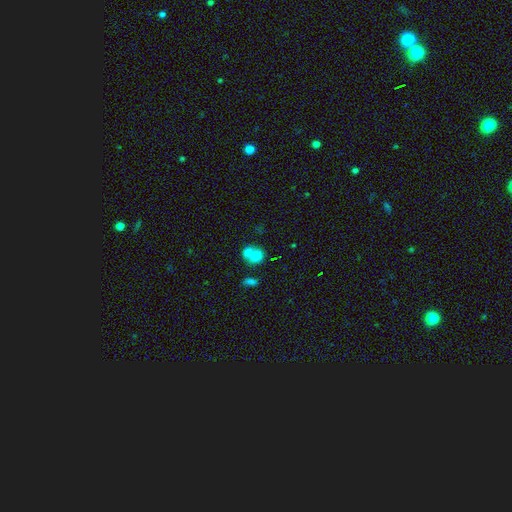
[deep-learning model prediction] A smooth galaxy with no disk features (73%) that is round (56%). Merging: merger (61%).